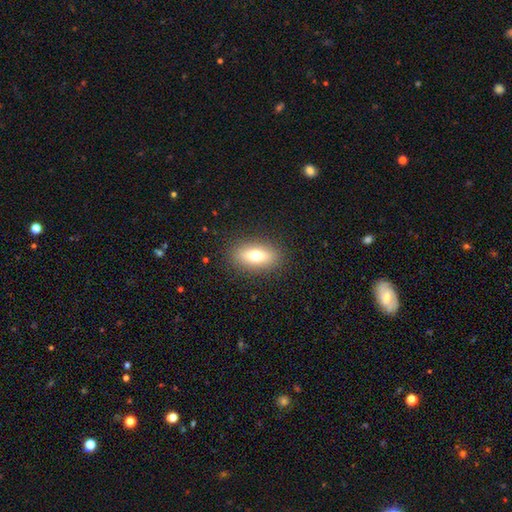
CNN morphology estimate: Smooth or featured? Predicted: smooth (p=0.68). How rounded? Predicted: in between (p=0.80). Merging? Predicted: none (p=0.88).